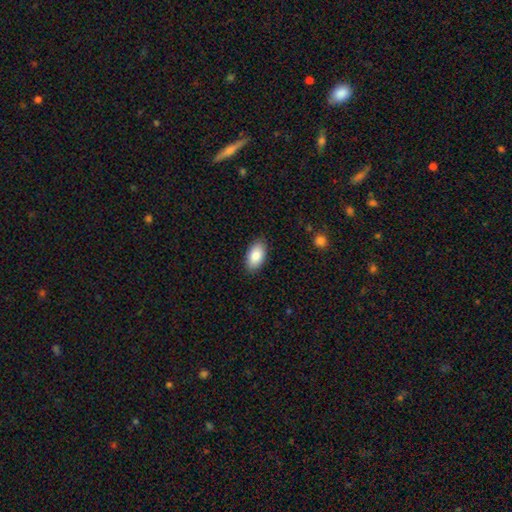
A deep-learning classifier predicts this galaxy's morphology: Smooth or featured? Predicted: smooth (p=0.87). How rounded? Predicted: in between (p=0.95). Merging? Predicted: none (p=0.87).